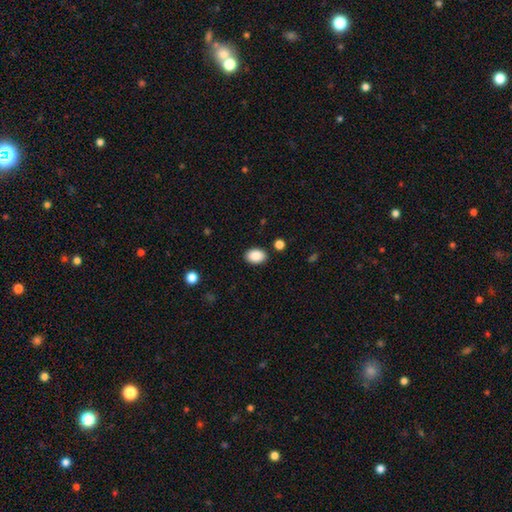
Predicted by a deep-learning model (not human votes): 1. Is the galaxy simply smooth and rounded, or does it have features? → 89% smooth, 8% star or artifact, 3% featured or disk.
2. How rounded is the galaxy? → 84% in between, 15% round, 1% cigar-shaped.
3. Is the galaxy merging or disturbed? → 88% none, 8% minor disturbance, 2% major disturbance, 2% merger.